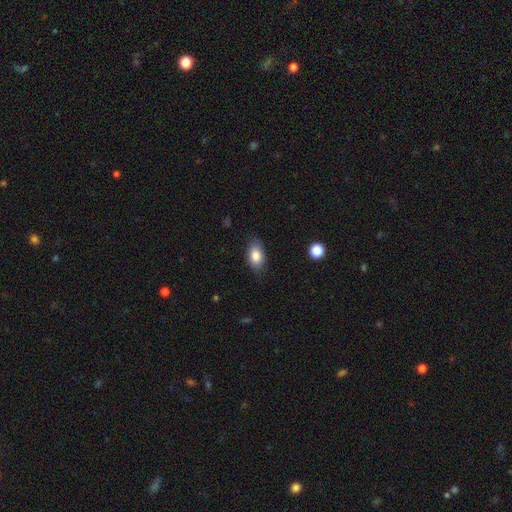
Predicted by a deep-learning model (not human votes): Morphology: type=smooth (85%); roundness=in between (90%); merging=none (82%).